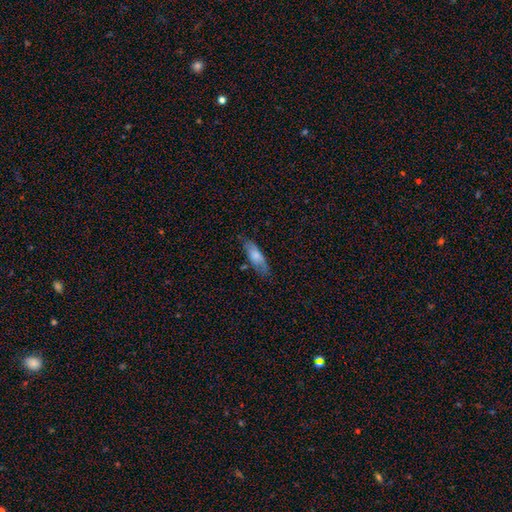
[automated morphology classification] Smooth or featured? Predicted: smooth (p=0.71). How rounded? Predicted: in between (p=0.60). Merging? Predicted: none (p=0.71).